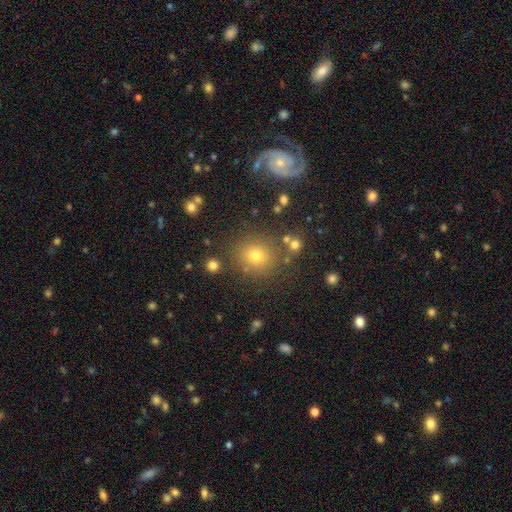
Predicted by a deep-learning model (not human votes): A smooth galaxy with no disk features (66%) that is round (81%).

Vote fractions:
- Smooth or featured? smooth: 66% / star or artifact: 19% / featured or disk: 14%
- How rounded? round: 81% / in between: 17% / cigar-shaped: 1%
- Merging? none: 82% / minor disturbance: 9% / merger: 5% / major disturbance: 4%